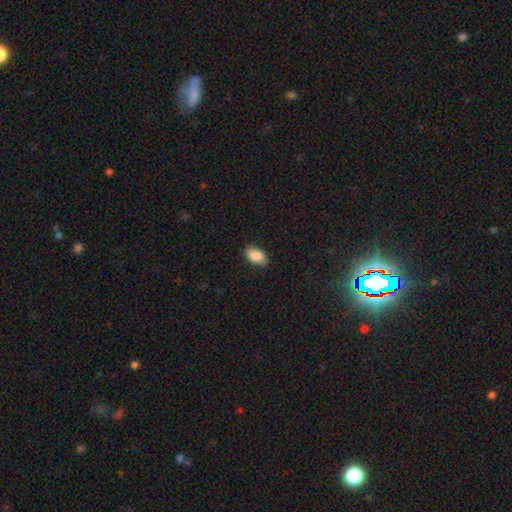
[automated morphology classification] A smooth galaxy with no disk features (89%) that is in between round and cigar-shaped (92%).

Vote fractions:
- Smooth or featured? smooth: 89% / star or artifact: 7% / featured or disk: 5%
- How rounded? in between: 92% / round: 7% / cigar-shaped: 1%
- Merging? none: 85% / minor disturbance: 12% / major disturbance: 2% / merger: 1%